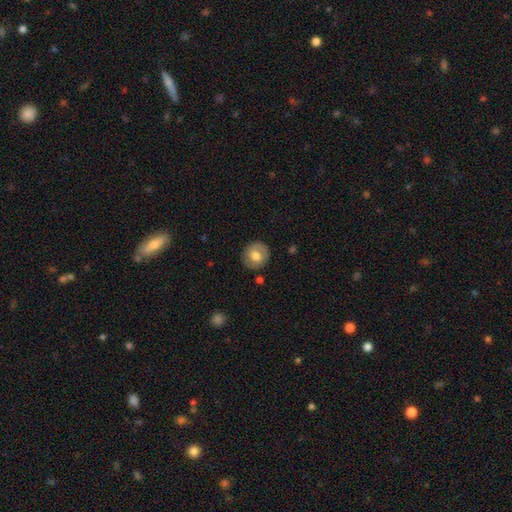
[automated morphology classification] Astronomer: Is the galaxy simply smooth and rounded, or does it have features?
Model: smooth — 67%.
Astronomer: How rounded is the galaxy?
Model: round — 90%.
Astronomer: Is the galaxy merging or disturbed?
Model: none — 85%.